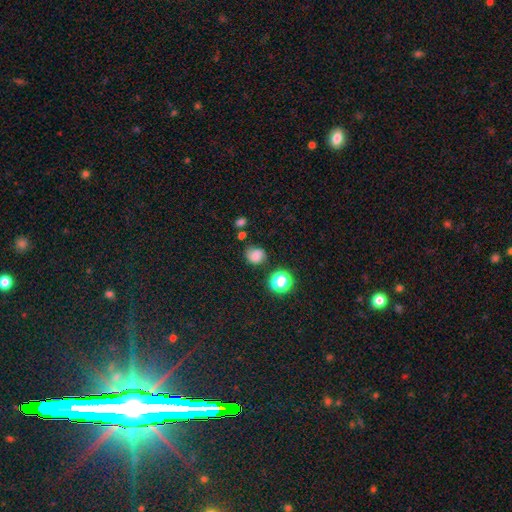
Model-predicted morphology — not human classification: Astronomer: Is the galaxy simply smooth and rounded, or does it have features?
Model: smooth — 67%.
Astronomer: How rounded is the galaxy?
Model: round — 74%.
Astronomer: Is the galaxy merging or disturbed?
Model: none — 61%.